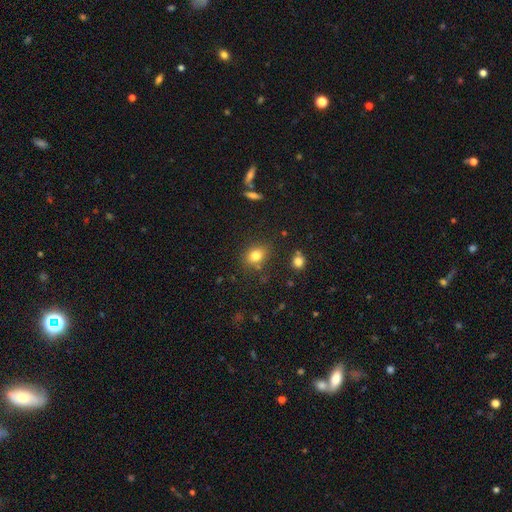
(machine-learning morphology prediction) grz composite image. It shows a smooth galaxy with no disk features (80%) that is in between round and cigar-shaped (54%). Merging: none (78%).